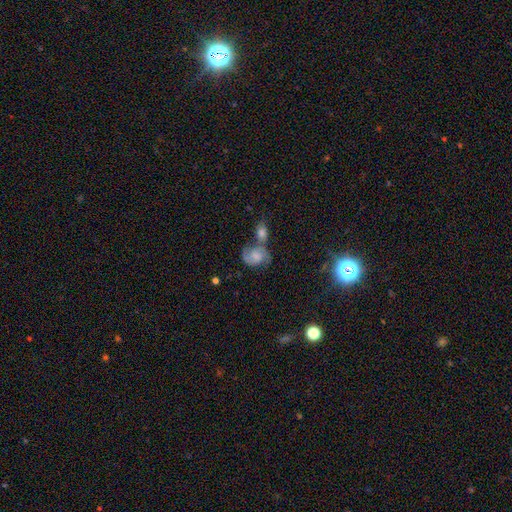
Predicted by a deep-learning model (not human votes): smooth-or-featured: featured or disk: 68% | smooth: 24% | star or artifact: 8%
  disk-edge-on: no: 98% | yes: 2%
    bar: no: 66% | weak: 29% | strong: 5%
    has-spiral-arms: yes: 92% | no: 8%
      spiral-winding: medium: 51% | tight: 27% | loose: 22%
      spiral-arm-count: 2: 87% | can't tell: 5% | 1: 4% | 3: 2% | 4: 1% | more than 4: 1%
    bulge-size: none: 32% | moderate: 27% | small: 24% | large: 14% | dominant: 3%
  merging: merger: 43% | none: 34% | minor disturbance: 14% | major disturbance: 8%